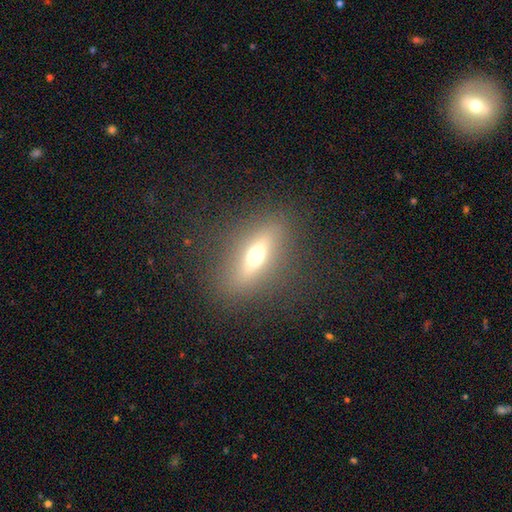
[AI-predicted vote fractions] smooth_or_featured: featured or disk (p=0.45) [alt: smooth p=0.43]
merging: none (p=0.85) [alt: minor disturbance p=0.09]